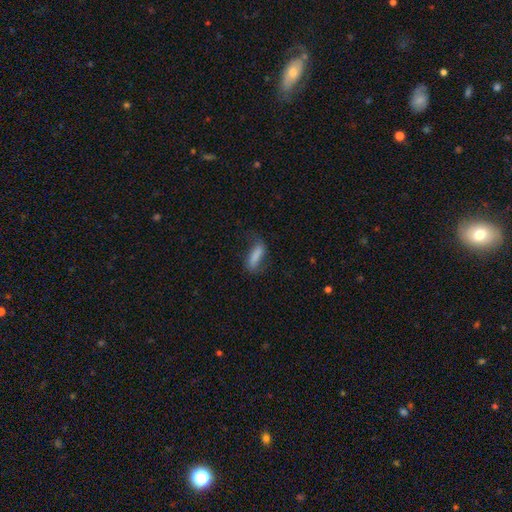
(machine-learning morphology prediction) This is likely a smooth galaxy (70%). How rounded: possibly cigar-shaped (51%). Merging: possibly none (54%).